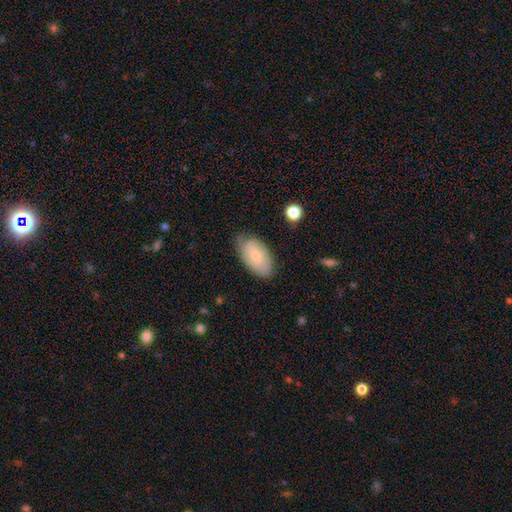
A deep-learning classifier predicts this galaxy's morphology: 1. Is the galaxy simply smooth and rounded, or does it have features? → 69% smooth, 25% featured or disk, 6% star or artifact.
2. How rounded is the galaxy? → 94% in between, 4% round, 2% cigar-shaped.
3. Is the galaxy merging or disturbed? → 69% none, 25% minor disturbance, 5% major disturbance, 1% merger.